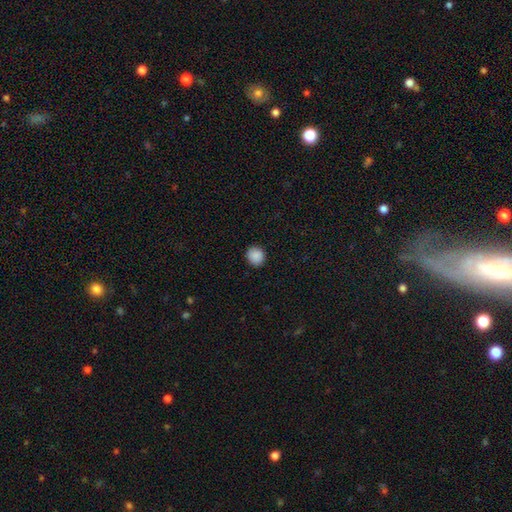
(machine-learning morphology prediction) smooth 89%, star or artifact 8%, featured or disk 3%. Down the decision tree: how rounded — round (87%); merging — none (91%).